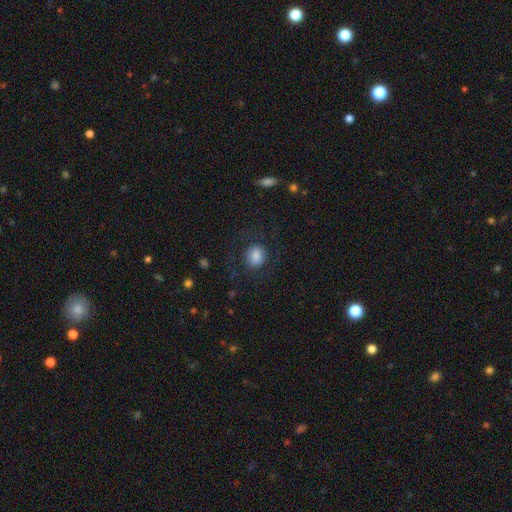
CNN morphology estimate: Overall: smooth (78%). How rounded: round (65%; in between 33%). Merging: none (75%).